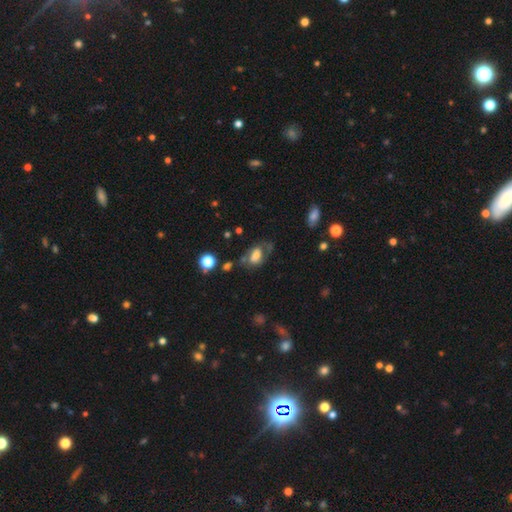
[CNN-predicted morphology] This appears to be a smooth galaxy with no disk features (55%) that is in between round and cigar-shaped (83%). Merging: none (41%).